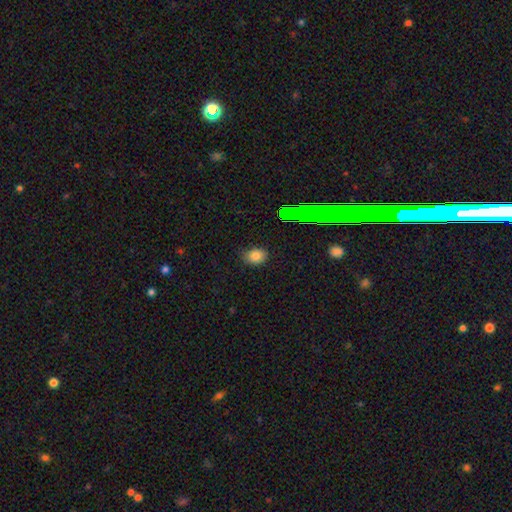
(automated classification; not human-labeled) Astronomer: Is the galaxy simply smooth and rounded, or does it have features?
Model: smooth — 78%.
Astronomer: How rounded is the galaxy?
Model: in between — 64%.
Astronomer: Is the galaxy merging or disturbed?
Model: none — 79%.